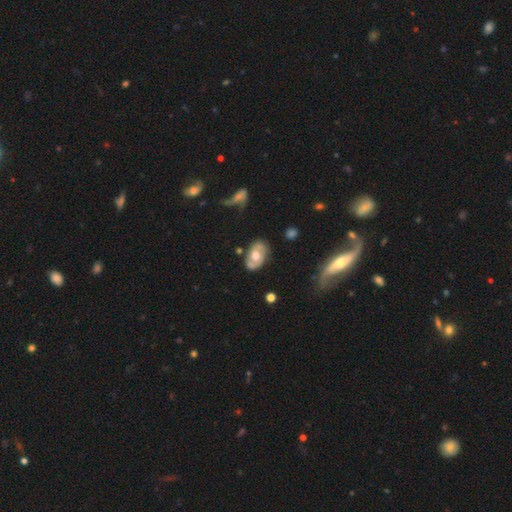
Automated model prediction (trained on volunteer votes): The model was most divided on "spiral arms": yes: 63%, no: 37%. More confident: edge-on disk — no (93%); bar — no (76%); bulge size — moderate (73%); merging — none (72%); smooth or featured — featured or disk (64%).